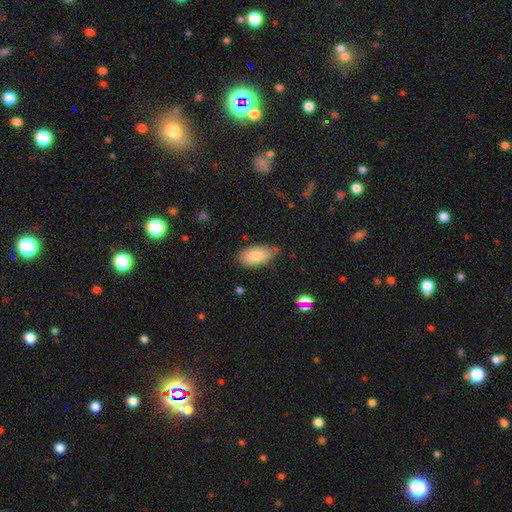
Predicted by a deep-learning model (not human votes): Overall: smooth (80%). How rounded: in between (93%). Merging: none (71%).